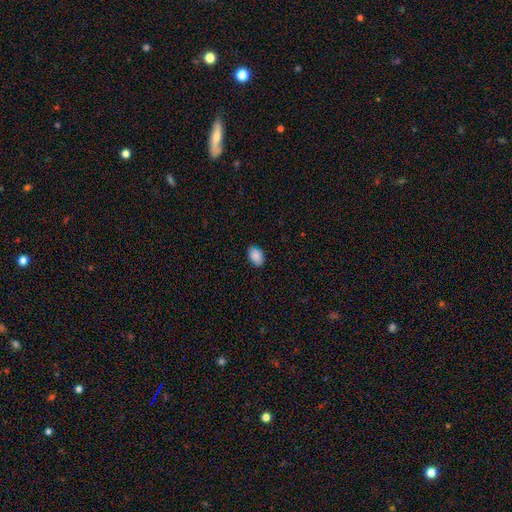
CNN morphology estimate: Smooth or featured: smooth — 89% (star or artifact — 7%)
How rounded: in between — 86% (round — 13%)
Merging: none — 86% (minor disturbance — 11%)